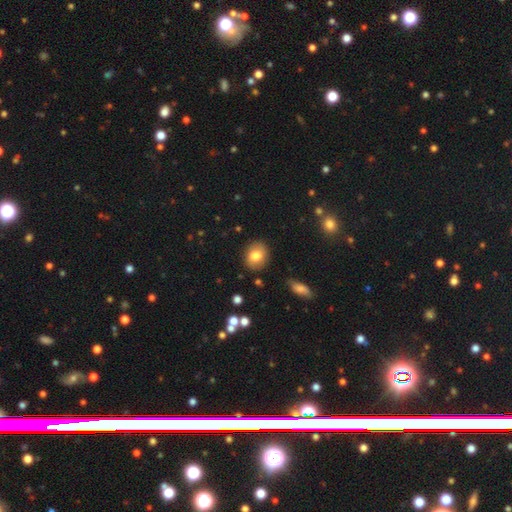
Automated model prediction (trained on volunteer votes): The model was most divided on "how rounded": round: 61%, in between: 38%, cigar-shaped: 1%. More confident: merging — none (86%); smooth or featured — smooth (78%).